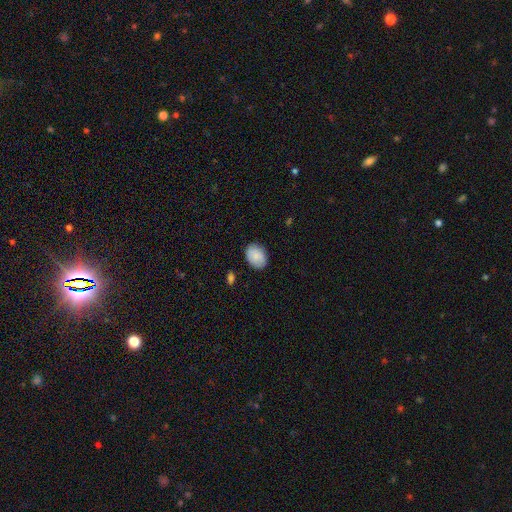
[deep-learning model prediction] The model was most divided on "how rounded": in between: 75%, round: 24%, cigar-shaped: 1%. More confident: merging — none (86%); smooth or featured — smooth (86%).